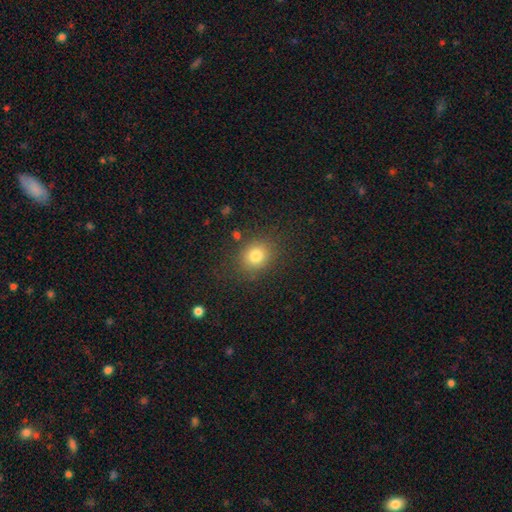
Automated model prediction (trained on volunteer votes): Smooth or featured: smooth — 79% (star or artifact — 13%)
How rounded: round — 68% (in between — 31%)
Merging: none — 83% (minor disturbance — 11%)